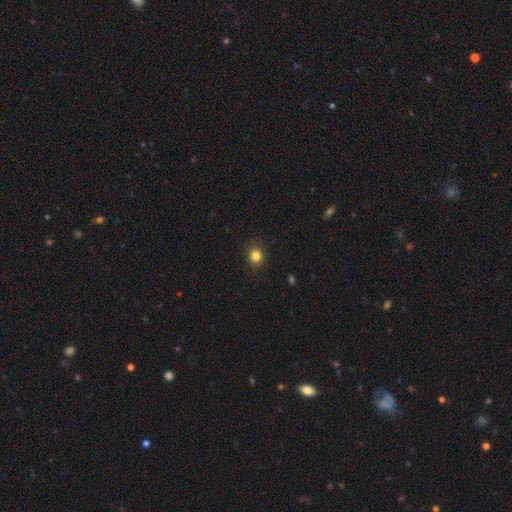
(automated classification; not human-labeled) smooth_or_featured: smooth (p=0.83) [alt: star or artifact p=0.12]
how_rounded: round (p=0.75) [alt: in between p=0.24]
merging: none (p=0.89) [alt: minor disturbance p=0.07]